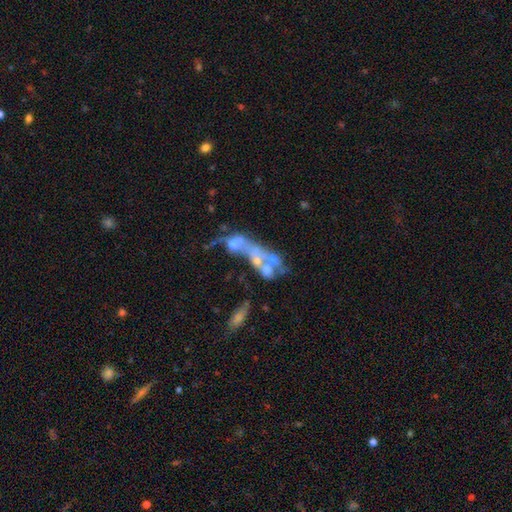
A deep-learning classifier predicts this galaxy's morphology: Overall: featured or disk (50%; smooth 26%). Merging: merger (50%; none 22%).